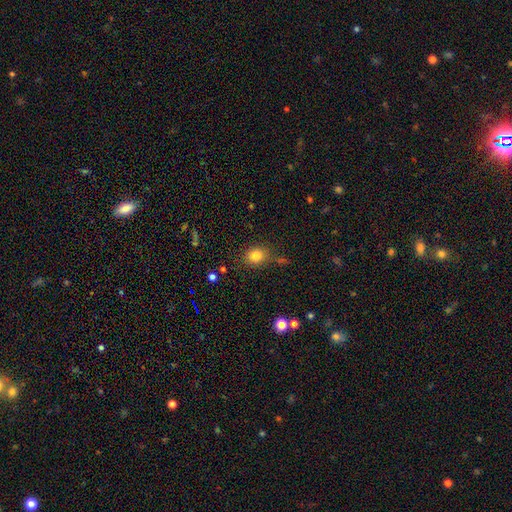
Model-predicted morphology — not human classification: A smooth galaxy with no disk features (82%) that is round (66%).

Vote fractions:
- Smooth or featured? smooth: 82% / star or artifact: 12% / featured or disk: 6%
- How rounded? round: 66% / in between: 33% / cigar-shaped: 1%
- Merging? none: 77% / minor disturbance: 14% / merger: 5% / major disturbance: 5%